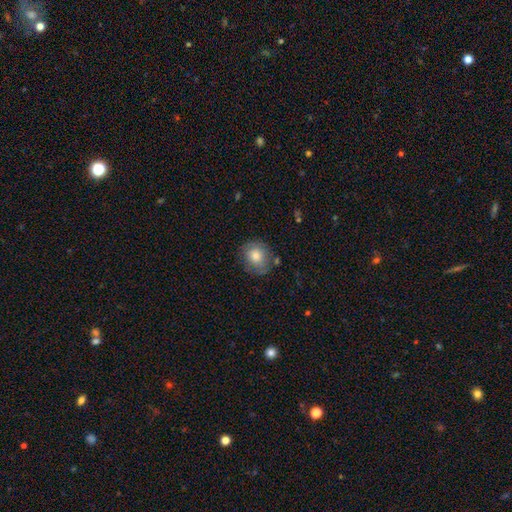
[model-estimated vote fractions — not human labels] Q: Smooth or featured?
A: smooth (73%); runner-up: featured or disk (18%)
Q: How rounded?
A: round (74%); runner-up: in between (25%)
Q: Merging?
A: none (74%); runner-up: minor disturbance (18%)